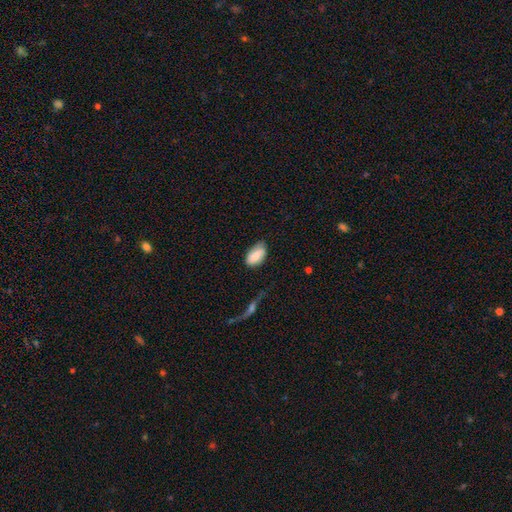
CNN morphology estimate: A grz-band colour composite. It shows a smooth galaxy with no disk features (78%) that is in between round and cigar-shaped (93%). Merging: none (64%).